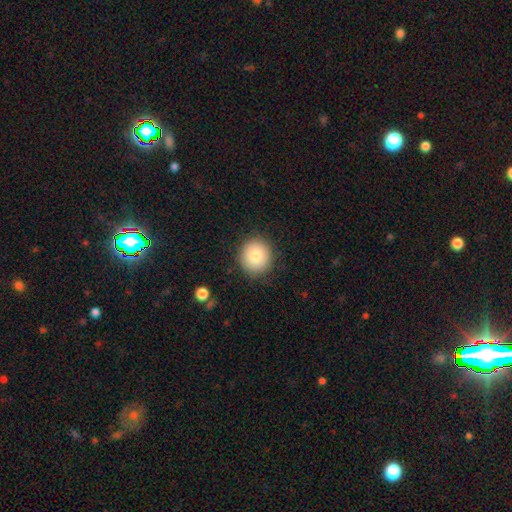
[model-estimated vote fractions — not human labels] The model was most divided on "smooth or featured": smooth: 81%, featured or disk: 10%, star or artifact: 9%. More confident: how rounded — round (89%); merging — none (88%).